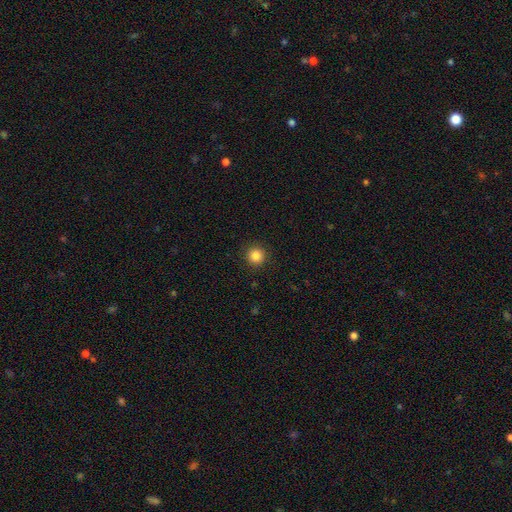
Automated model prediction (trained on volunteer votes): The model was most divided on "smooth or featured": smooth: 85%, star or artifact: 11%, featured or disk: 4%. More confident: how rounded — round (95%); merging — none (92%).